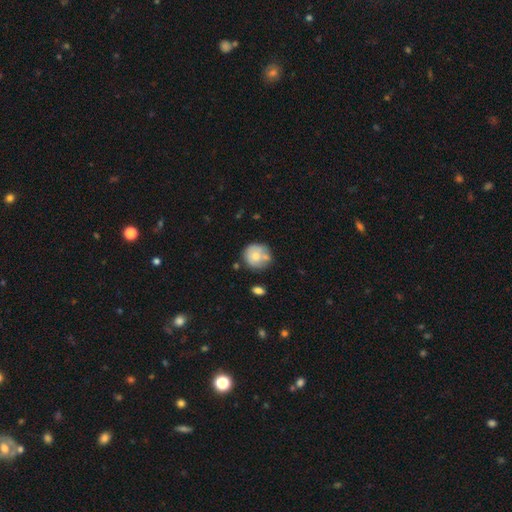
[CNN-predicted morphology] Smooth or featured? Predicted: smooth (p=0.64). How rounded? Predicted: round (p=0.90). Merging? Predicted: none (p=0.59).